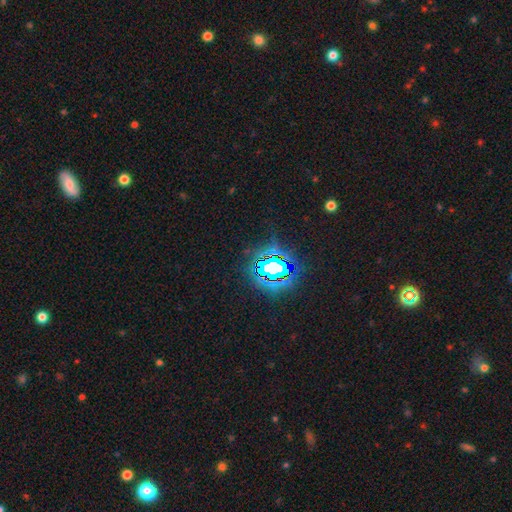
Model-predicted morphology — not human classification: Smooth or featured?
  - star or artifact: 82% *
  - smooth: 11%
  - featured or disk: 7%